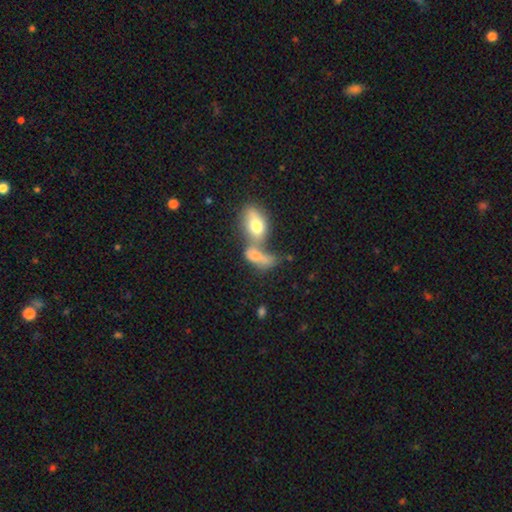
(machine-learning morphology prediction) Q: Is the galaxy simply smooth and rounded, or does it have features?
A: smooth — 67%.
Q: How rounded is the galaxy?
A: in between — 77%.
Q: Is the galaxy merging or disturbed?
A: merger — 66%.